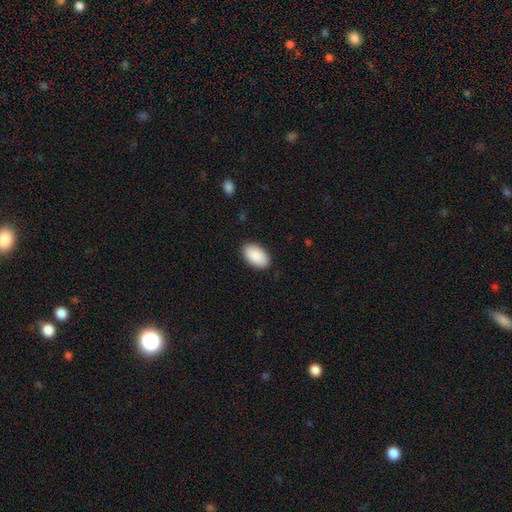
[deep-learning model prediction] smooth 92%, star or artifact 6%, featured or disk 3%. Down the decision tree: how rounded — in between (95%); merging — none (89%).